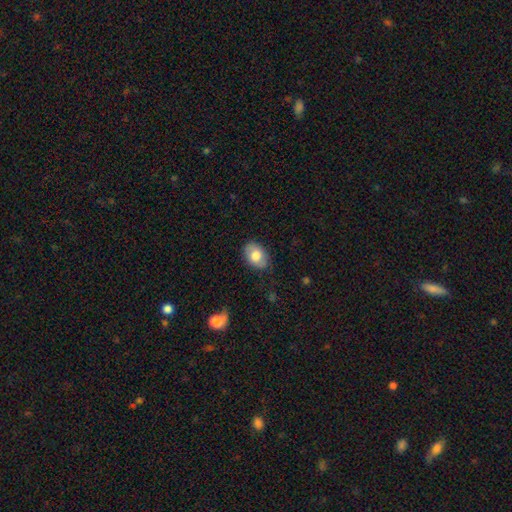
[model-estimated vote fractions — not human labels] This is likely a smooth galaxy (74%). How rounded: clearly in between (82%). Merging: likely none (79%).